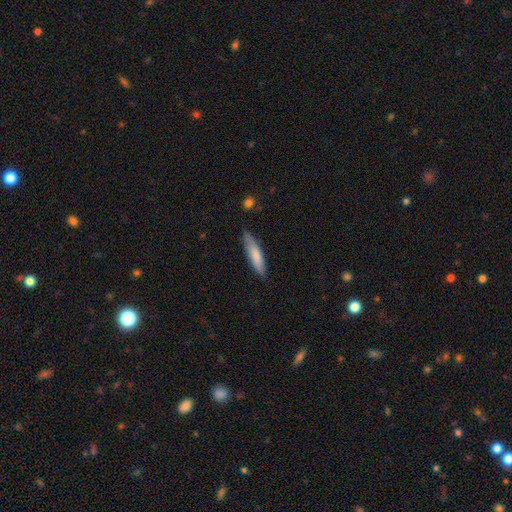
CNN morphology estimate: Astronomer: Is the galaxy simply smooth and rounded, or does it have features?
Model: smooth — 77%.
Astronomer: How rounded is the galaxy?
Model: cigar-shaped — 82%.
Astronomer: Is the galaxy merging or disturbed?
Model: none — 81%.